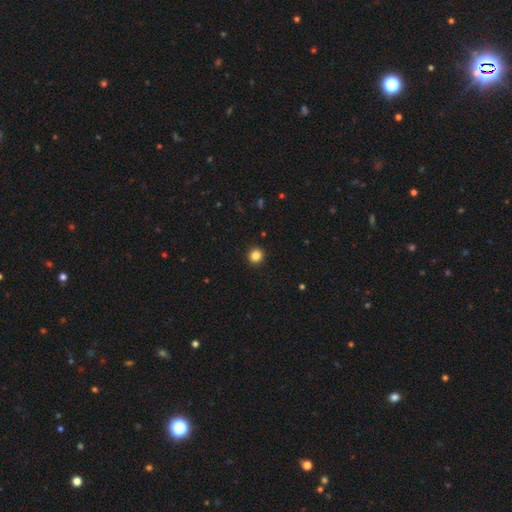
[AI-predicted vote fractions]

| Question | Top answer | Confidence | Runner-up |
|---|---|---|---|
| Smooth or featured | smooth | 85% | star or artifact (11%) |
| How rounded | round | 93% | in between (6%) |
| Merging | none | 93% | minor disturbance (4%) |